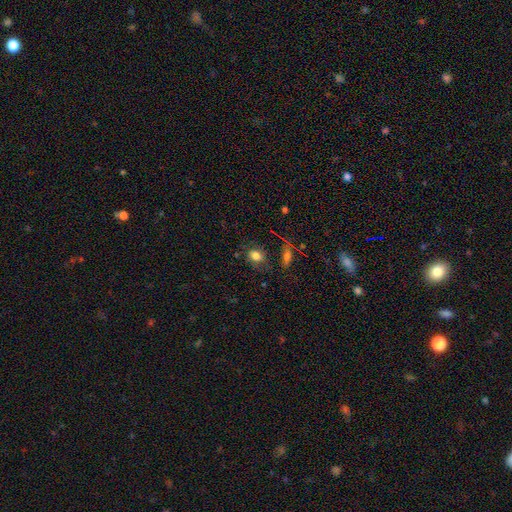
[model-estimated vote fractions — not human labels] Smooth or featured?
  - smooth: 80% *
  - star or artifact: 11%
  - featured or disk: 9%
How rounded?
  - in between: 62% *
  - round: 35%
  - cigar-shaped: 2%
Merging?
  - none: 67% *
  - minor disturbance: 20%
  - major disturbance: 8%
  - merger: 5%